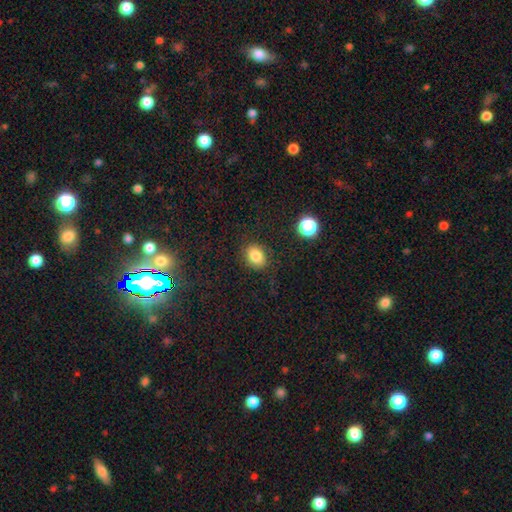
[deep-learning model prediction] smooth_or_featured: smooth (p=0.83) [alt: star or artifact p=0.11]
how_rounded: in between (p=0.55) [alt: round p=0.44]
merging: none (p=0.84) [alt: minor disturbance p=0.11]